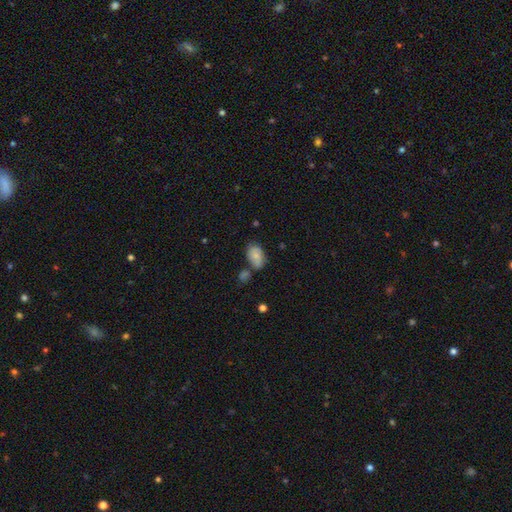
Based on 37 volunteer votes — This appears to be a smooth galaxy with no disk features (78%) that is in between round and cigar-shaped (83%). Merging: none (43%).